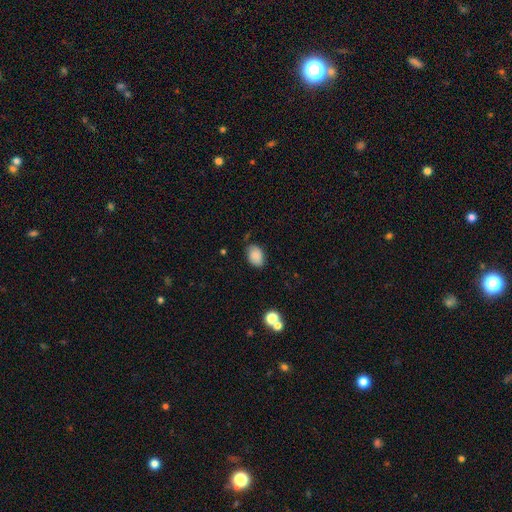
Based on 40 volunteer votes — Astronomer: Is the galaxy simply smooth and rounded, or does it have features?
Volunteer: smooth — 90%.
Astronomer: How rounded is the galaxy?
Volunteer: in between — 94%.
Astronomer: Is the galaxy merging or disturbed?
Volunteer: none — 74%.